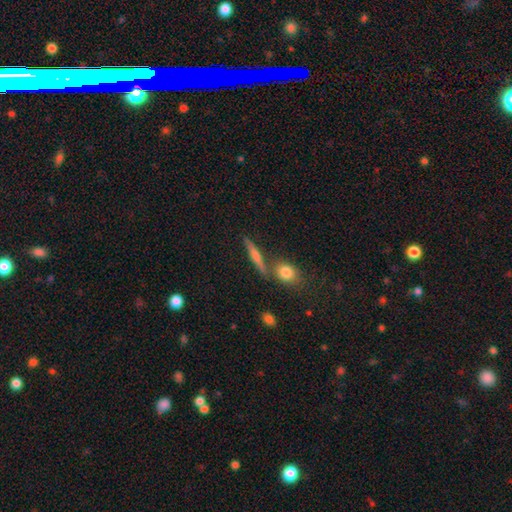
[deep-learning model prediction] Smooth or featured? Predicted: featured or disk (p=0.55). Edge-on disk? Predicted: yes (p=0.95). Edge-on bulge? Predicted: rounded (p=0.70). Merging? Predicted: none (p=0.77).